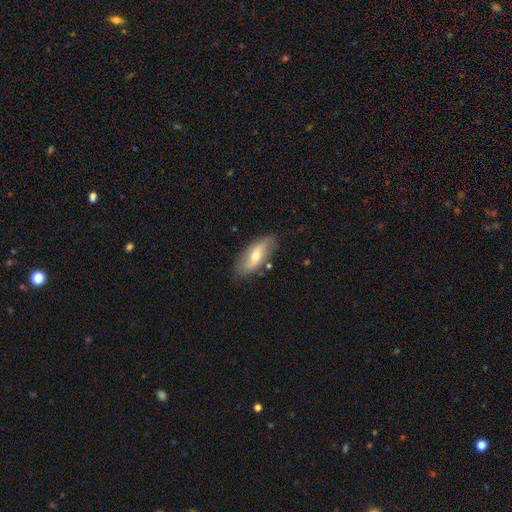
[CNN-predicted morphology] type=featured or disk (55%); edge-on=no (82%); merging=none (80%).